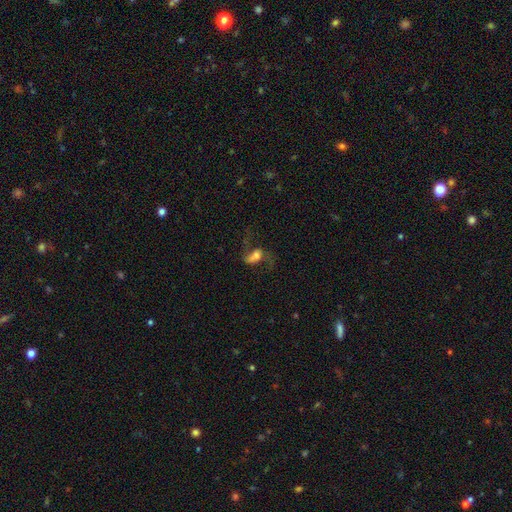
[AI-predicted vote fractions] This appears to be a featured or disk galaxy (55%) with no bar (46%), spiral arms (79%) and a moderate central bulge (46%). Merging: none (45%).